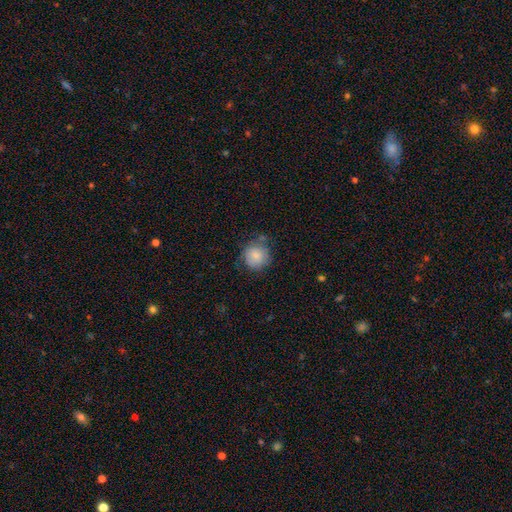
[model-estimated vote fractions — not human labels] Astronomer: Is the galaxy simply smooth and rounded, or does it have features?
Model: smooth — 82%.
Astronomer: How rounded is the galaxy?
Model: round — 90%.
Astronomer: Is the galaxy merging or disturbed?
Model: none — 65%.